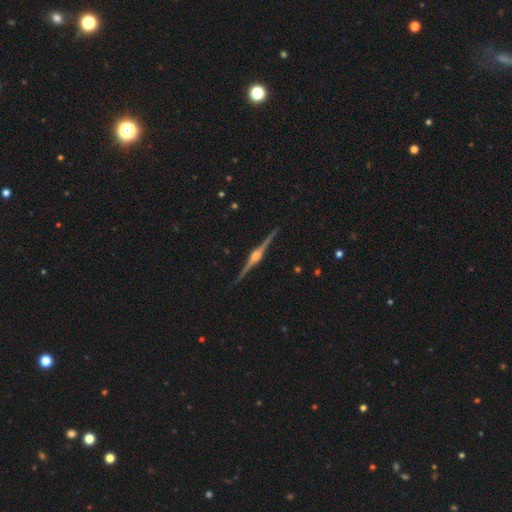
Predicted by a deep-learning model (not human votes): Overall: featured or disk (90%). Edge-on disk: yes (99%). Edge-on bulge: rounded (90%). Merging: none (91%).